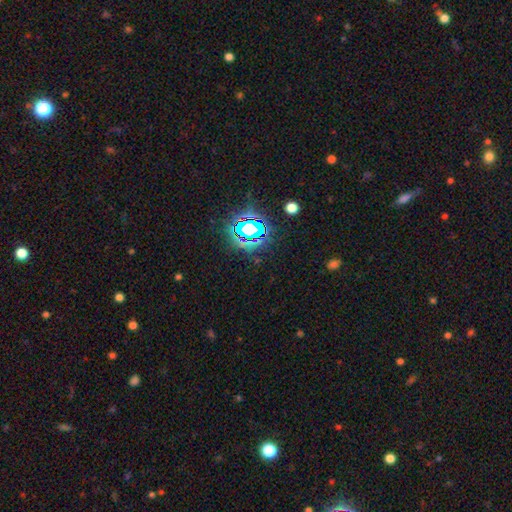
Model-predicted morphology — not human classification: smooth_or_featured: star or artifact (p=0.81) [alt: smooth p=0.12]